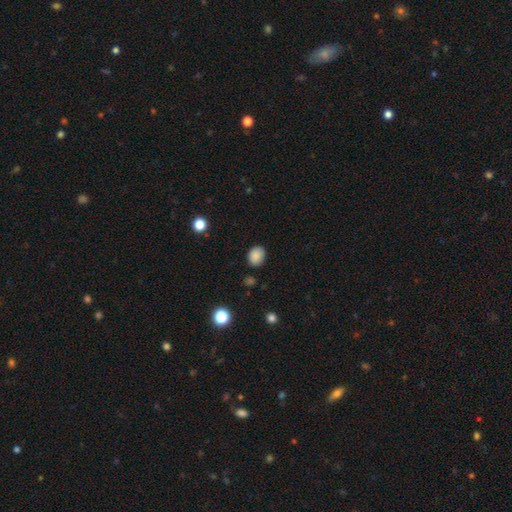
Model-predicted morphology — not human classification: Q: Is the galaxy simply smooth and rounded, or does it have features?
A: smooth — 87%.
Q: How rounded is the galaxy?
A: in between — 53%.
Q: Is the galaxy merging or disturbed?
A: none — 84%.